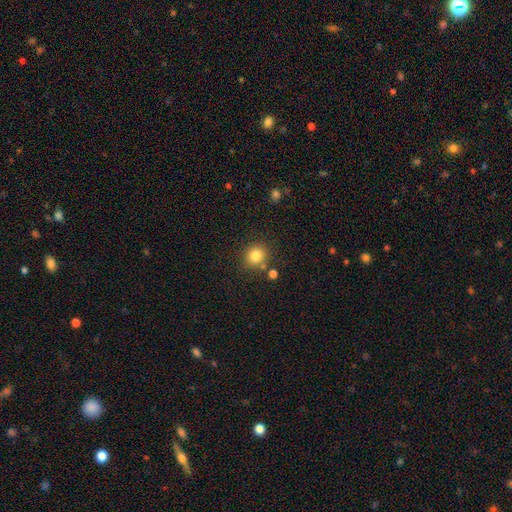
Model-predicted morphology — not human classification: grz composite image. It shows a smooth galaxy with no disk features (82%) that is round (82%). Merging: none (79%).